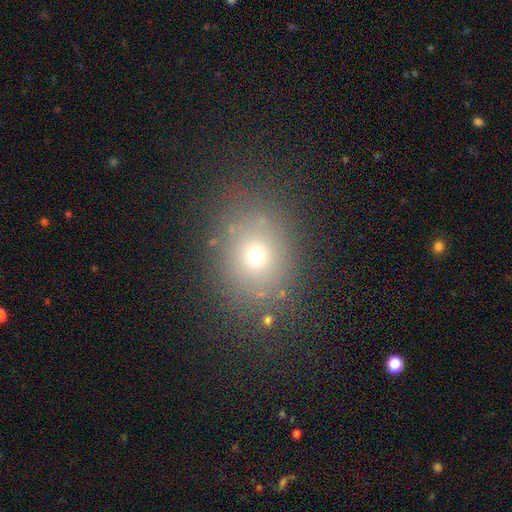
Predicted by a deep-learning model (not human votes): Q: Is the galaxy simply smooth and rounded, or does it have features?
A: smooth — 65%.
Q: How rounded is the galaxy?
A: round — 53%.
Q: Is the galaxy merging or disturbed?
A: none — 79%.